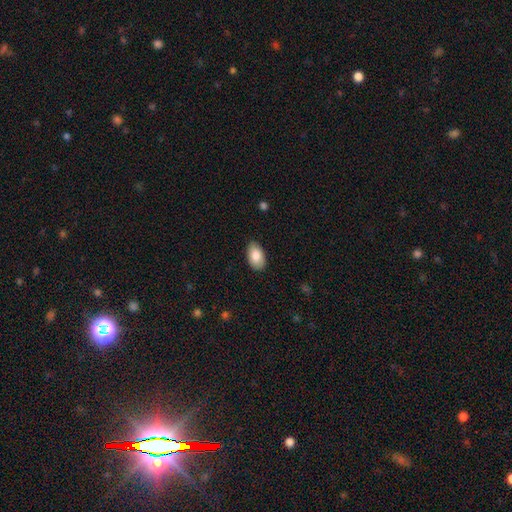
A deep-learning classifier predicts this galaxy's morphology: Smooth or featured? Predicted: smooth (p=0.84). How rounded? Predicted: in between (p=0.94). Merging? Predicted: none (p=0.84).